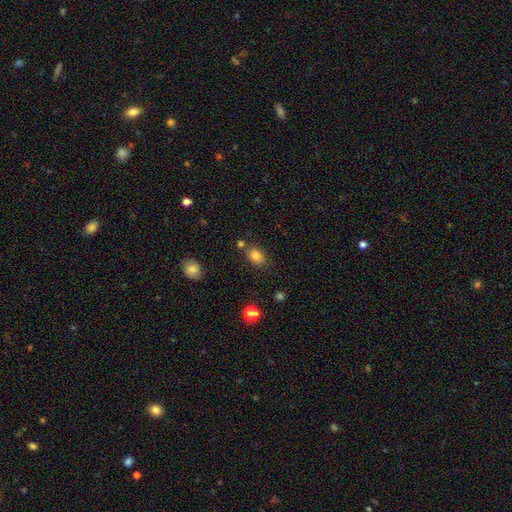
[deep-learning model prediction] A smooth galaxy with no disk features (81%) that is in between round and cigar-shaped (76%). Merging: none (73%).